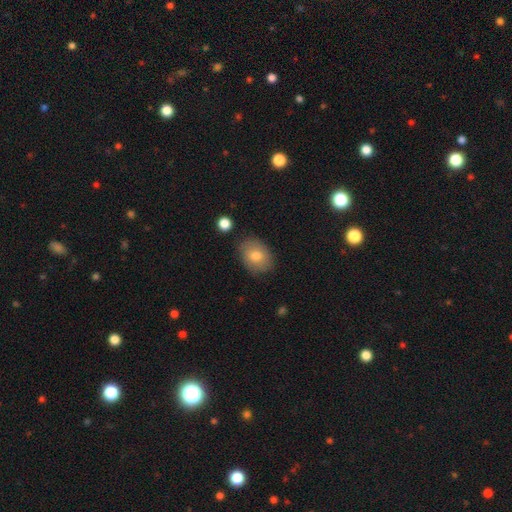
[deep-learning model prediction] Overall: smooth (76%). How rounded: in between (70%). Merging: none (83%).